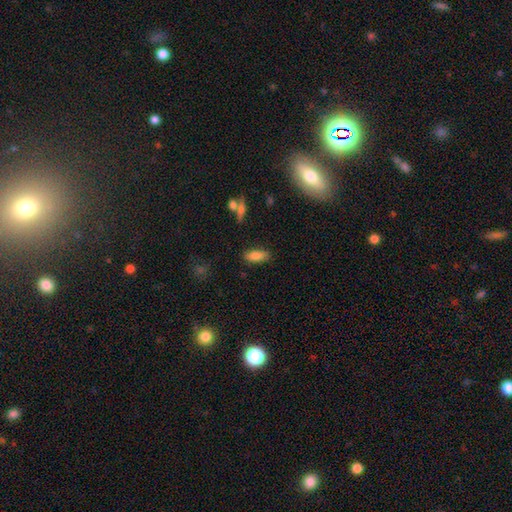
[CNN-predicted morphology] This appears to be a smooth galaxy with no disk features (80%) that is in between round and cigar-shaped (77%). Merging: none (83%).